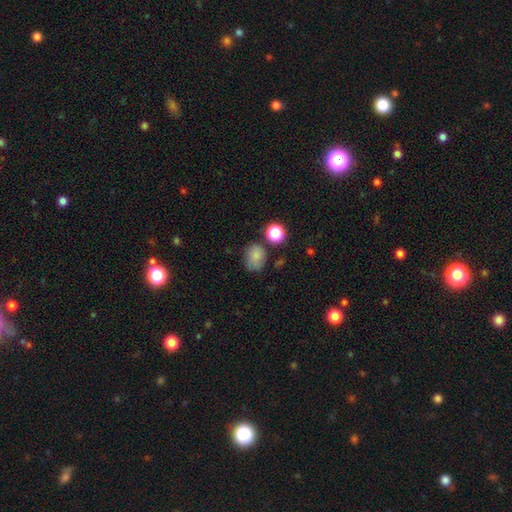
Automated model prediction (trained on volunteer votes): smooth-or-featured: smooth: 80% | star or artifact: 12% | featured or disk: 8%
  how-rounded: in between: 50% | round: 49% | cigar-shaped: 1%
  merging: none: 61% | minor disturbance: 23% | merger: 8% | major disturbance: 7%